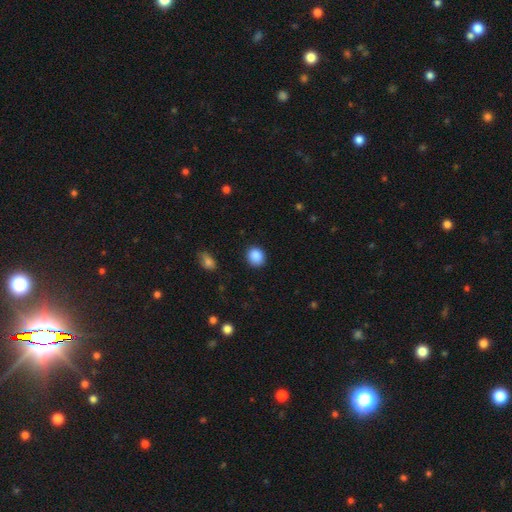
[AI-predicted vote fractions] Q: Smooth or featured?
A: smooth (88%); runner-up: star or artifact (8%)
Q: How rounded?
A: round (74%); runner-up: in between (25%)
Q: Merging?
A: none (88%); runner-up: minor disturbance (8%)